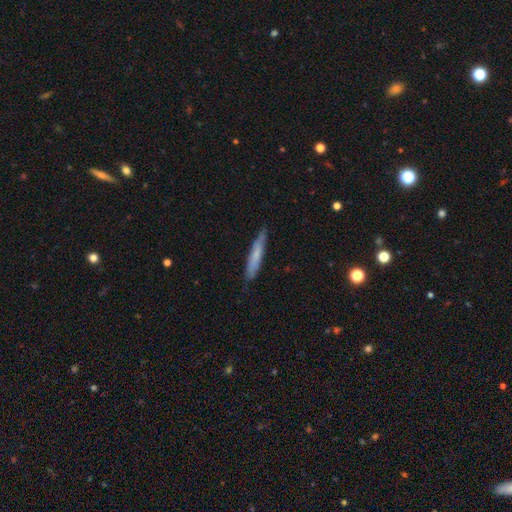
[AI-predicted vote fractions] Smooth or featured?
  - smooth: 63% *
  - featured or disk: 31%
  - star or artifact: 6%
How rounded?
  - cigar-shaped: 93% *
  - in between: 6%
  - round: 1%
Merging?
  - none: 84% *
  - minor disturbance: 13%
  - major disturbance: 2%
  - merger: 1%